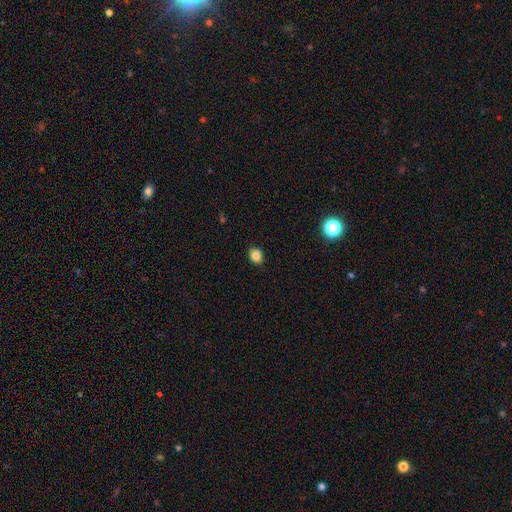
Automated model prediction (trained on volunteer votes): Smooth or featured?
  - smooth: 83% *
  - star or artifact: 11%
  - featured or disk: 6%
How rounded?
  - in between: 53% *
  - round: 46%
  - cigar-shaped: 1%
Merging?
  - none: 85% *
  - minor disturbance: 11%
  - major disturbance: 2%
  - merger: 1%